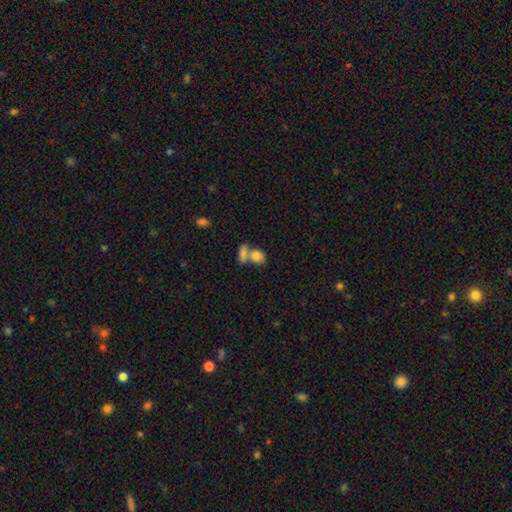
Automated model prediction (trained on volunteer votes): A smooth galaxy with no disk features (80%) that is in between round and cigar-shaped (68%). Merging: merger (64%).